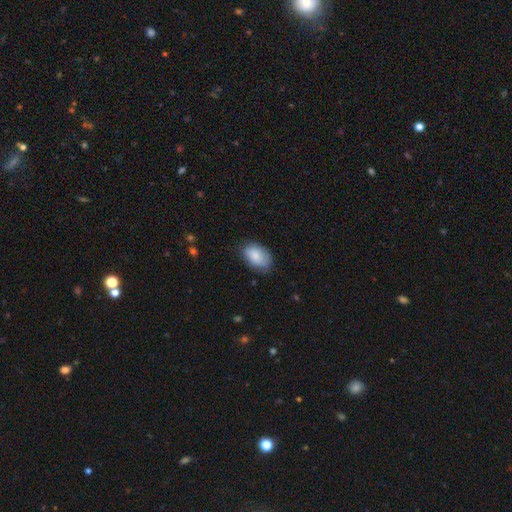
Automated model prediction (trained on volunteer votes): Overall: smooth (85%). How rounded: in between (91%). Merging: none (71%).